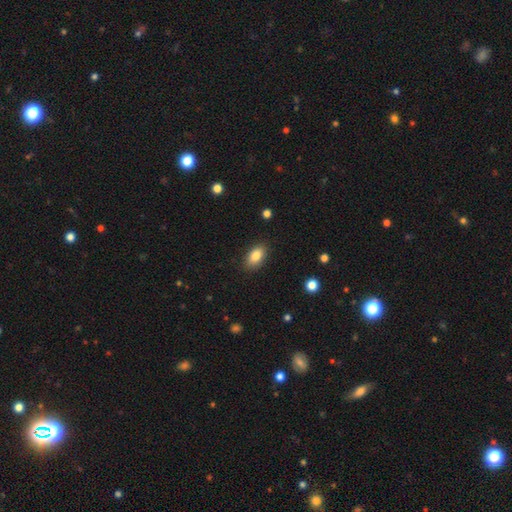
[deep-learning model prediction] Smooth or featured?
  - smooth: 84% *
  - featured or disk: 9%
  - star or artifact: 8%
How rounded?
  - in between: 91% *
  - round: 6%
  - cigar-shaped: 3%
Merging?
  - none: 87% *
  - minor disturbance: 10%
  - major disturbance: 2%
  - merger: 1%